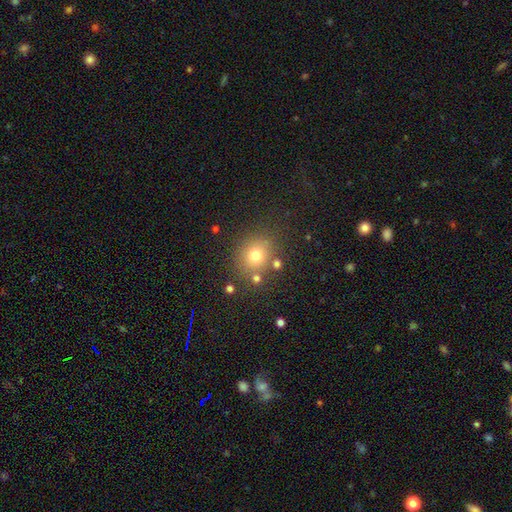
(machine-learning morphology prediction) This is likely a smooth galaxy (73%). How rounded: likely round (78%). Merging: likely none (77%).